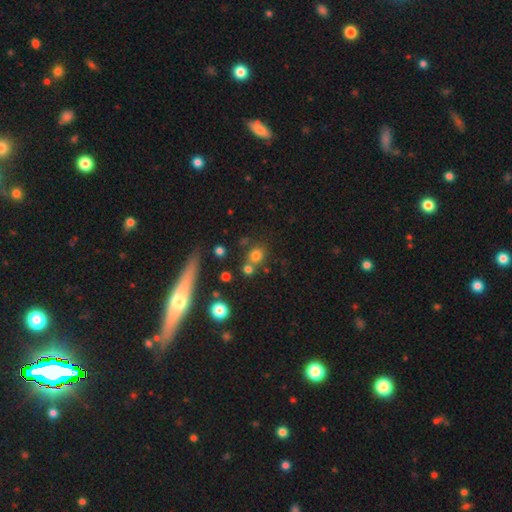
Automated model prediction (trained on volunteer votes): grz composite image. It shows a smooth galaxy with no disk features (74%) that is round (81%). Merging: none (63%).